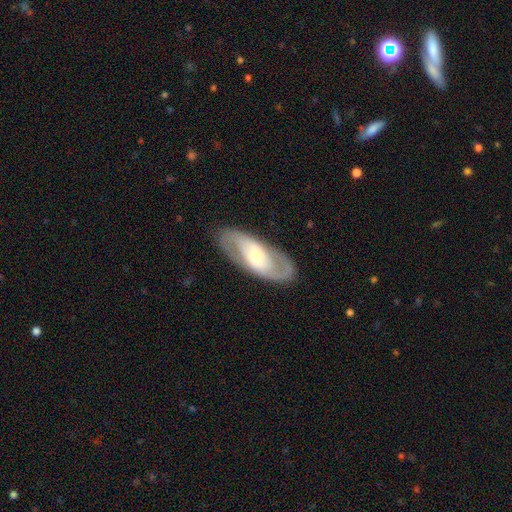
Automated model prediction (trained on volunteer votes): Morphology: type=featured or disk (77%); edge-on=no (91%); bar=weak (38%); spiral arms=yes (79%); winding=medium (47%); arm count=2 (85%); bulge=moderate (51%); merging=none (85%).